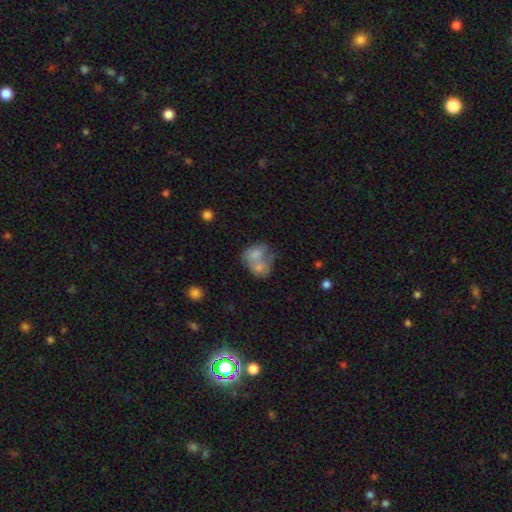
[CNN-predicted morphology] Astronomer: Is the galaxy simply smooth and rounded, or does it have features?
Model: smooth — 66%.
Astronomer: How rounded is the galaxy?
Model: in between — 61% (runner-up: round, 38%).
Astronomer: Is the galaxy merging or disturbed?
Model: merger — 67%.